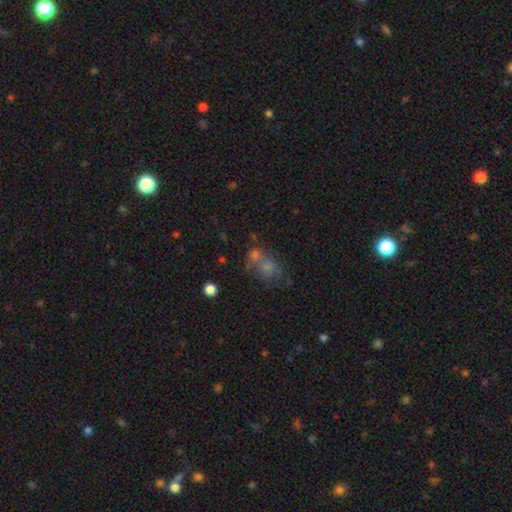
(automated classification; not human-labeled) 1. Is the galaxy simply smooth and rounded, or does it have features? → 62% smooth, 21% star or artifact, 17% featured or disk.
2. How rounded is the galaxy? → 59% round, 39% in between, 2% cigar-shaped.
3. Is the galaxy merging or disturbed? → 46% merger, 36% none, 10% minor disturbance, 7% major disturbance.